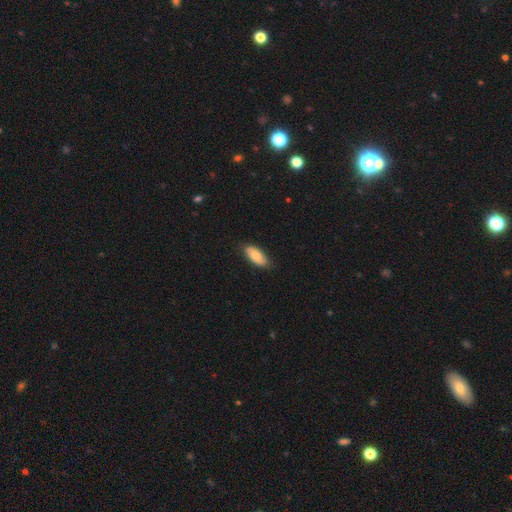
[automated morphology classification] This appears to be a smooth galaxy with no disk features (79%) that is in between round and cigar-shaped (85%). Merging: none (84%).